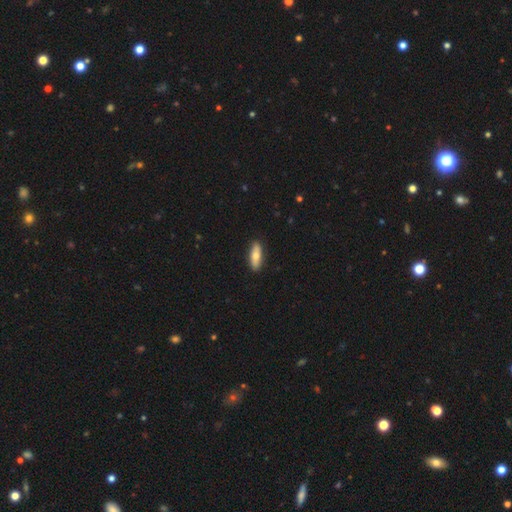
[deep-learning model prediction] Morphology: type=smooth (69%); roundness=in between (57%); merging=none (89%).